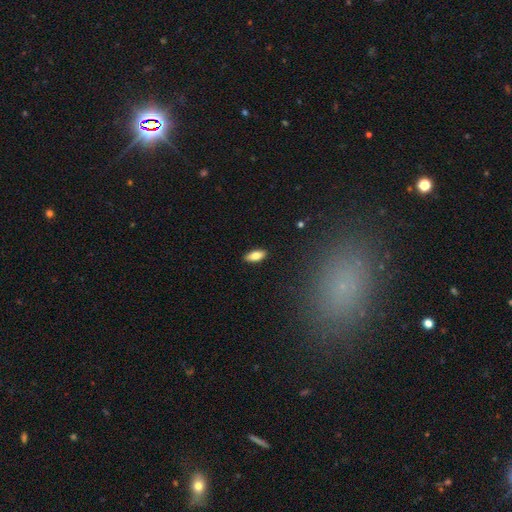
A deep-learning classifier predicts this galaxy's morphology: smooth-or-featured: smooth: 79% | featured or disk: 13% | star or artifact: 7%
  how-rounded: in between: 85% | cigar-shaped: 12% | round: 3%
  merging: none: 89% | minor disturbance: 8% | major disturbance: 2% | merger: 1%